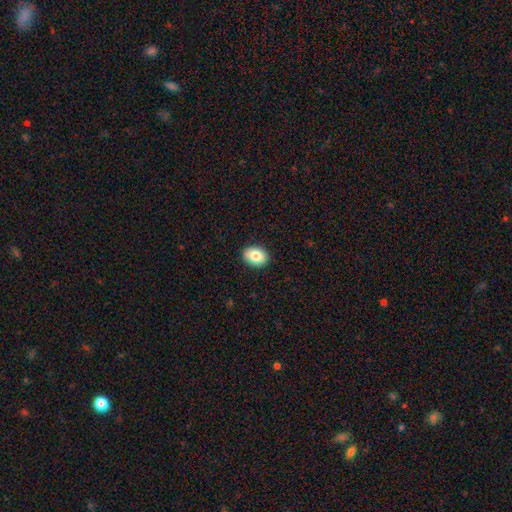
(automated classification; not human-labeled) smooth_or_featured: smooth (p=0.84) [alt: featured or disk p=0.09]
how_rounded: in between (p=0.75) [alt: round p=0.24]
merging: none (p=0.89) [alt: minor disturbance p=0.08]